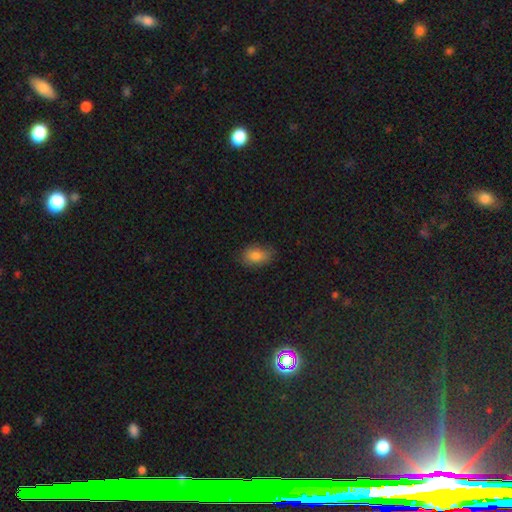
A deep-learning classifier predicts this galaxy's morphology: The model was most divided on "merging": none: 72%, minor disturbance: 22%, major disturbance: 5%, merger: 1%. More confident: smooth or featured — smooth (82%); how rounded — in between (82%).